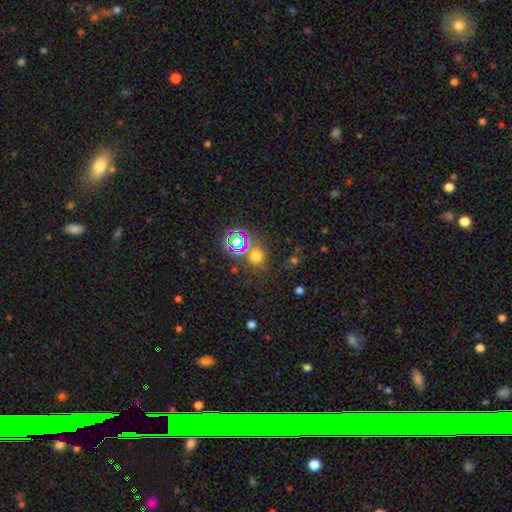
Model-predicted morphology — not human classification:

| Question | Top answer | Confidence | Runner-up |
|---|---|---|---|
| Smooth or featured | smooth | 59% | star or artifact (33%) |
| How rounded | round | 82% | in between (17%) |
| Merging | none | 67% | merger (17%) |